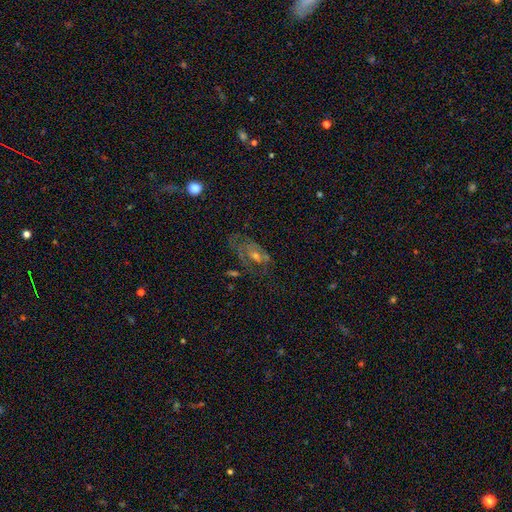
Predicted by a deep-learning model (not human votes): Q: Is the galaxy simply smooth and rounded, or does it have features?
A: featured or disk — 57%.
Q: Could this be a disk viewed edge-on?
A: no — 91%.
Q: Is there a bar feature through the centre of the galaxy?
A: no — 71%.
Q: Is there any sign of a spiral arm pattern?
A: yes — 56%.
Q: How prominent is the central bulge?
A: moderate — 50%.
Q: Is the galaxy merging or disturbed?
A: none — 48%.